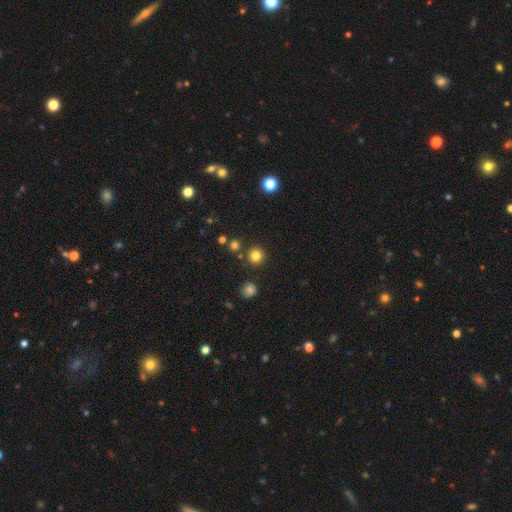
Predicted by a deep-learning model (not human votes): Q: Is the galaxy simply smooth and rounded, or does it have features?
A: smooth — 80%.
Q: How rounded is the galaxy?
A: round — 95%.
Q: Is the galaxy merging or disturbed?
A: none — 88%.